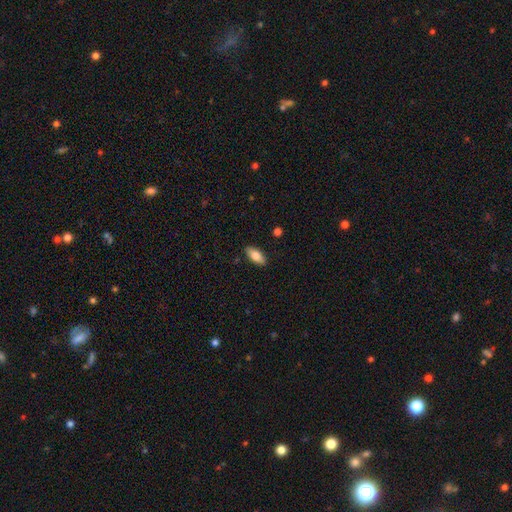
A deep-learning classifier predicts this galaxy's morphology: type=smooth (79%); roundness=in between (86%); merging=none (88%).